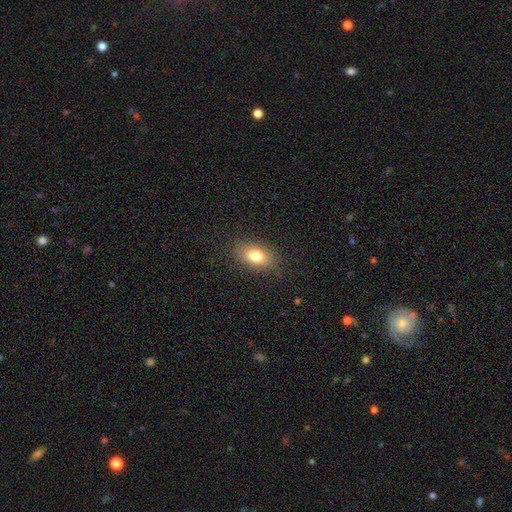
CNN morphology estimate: Smooth or featured?
  - smooth: 79% *
  - featured or disk: 12%
  - star or artifact: 9%
How rounded?
  - in between: 85% *
  - round: 11%
  - cigar-shaped: 4%
Merging?
  - none: 84% *
  - minor disturbance: 12%
  - major disturbance: 4%
  - merger: 1%